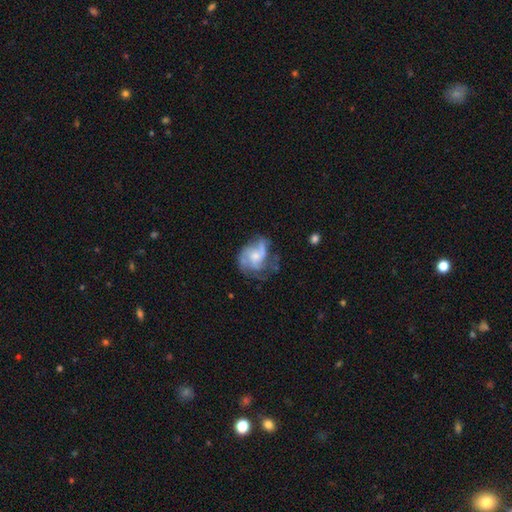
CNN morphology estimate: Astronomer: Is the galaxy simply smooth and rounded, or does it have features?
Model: featured or disk — 69%.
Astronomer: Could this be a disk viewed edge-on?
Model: no — 98%.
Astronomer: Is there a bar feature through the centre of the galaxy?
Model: no — 72%.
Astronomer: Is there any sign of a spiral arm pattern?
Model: yes — 82%.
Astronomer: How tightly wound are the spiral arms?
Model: medium — 45% (runner-up: tight, 30%).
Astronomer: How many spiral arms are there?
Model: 3 — 29%, tied with 2 at 29%.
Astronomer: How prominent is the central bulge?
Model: moderate — 44% (runner-up: small, 41%).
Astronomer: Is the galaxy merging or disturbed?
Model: none — 45% (runner-up: major disturbance, 26%).